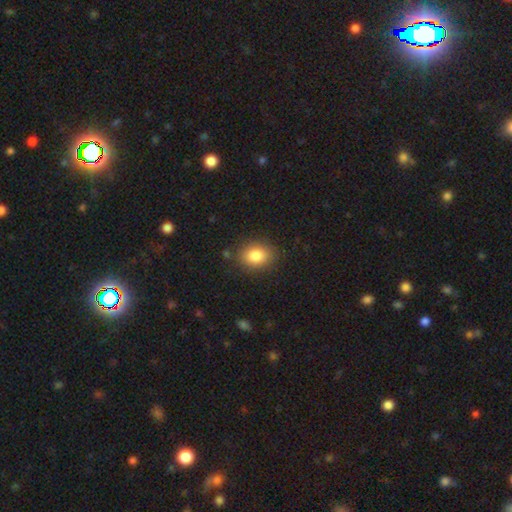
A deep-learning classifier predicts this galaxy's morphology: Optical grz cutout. It shows a smooth galaxy with no disk features (84%) that is in between round and cigar-shaped (69%). Merging: none (85%).